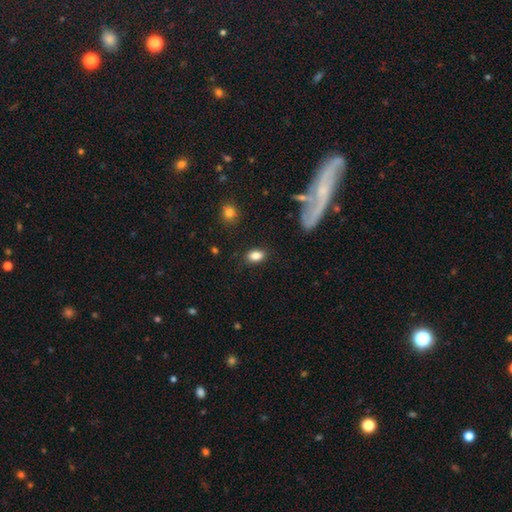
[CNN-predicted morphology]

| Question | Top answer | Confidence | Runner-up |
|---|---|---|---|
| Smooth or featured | smooth | 85% | star or artifact (9%) |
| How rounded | in between | 85% | round (13%) |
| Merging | none | 84% | minor disturbance (11%) |